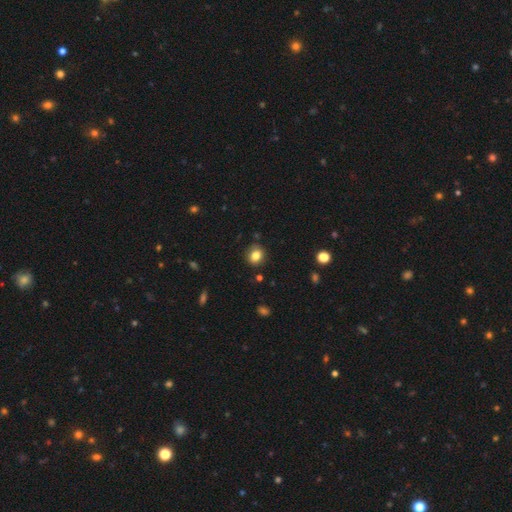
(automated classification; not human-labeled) smooth 81%, star or artifact 11%, featured or disk 8%. Down the decision tree: how rounded — round (71%); merging — none (84%).